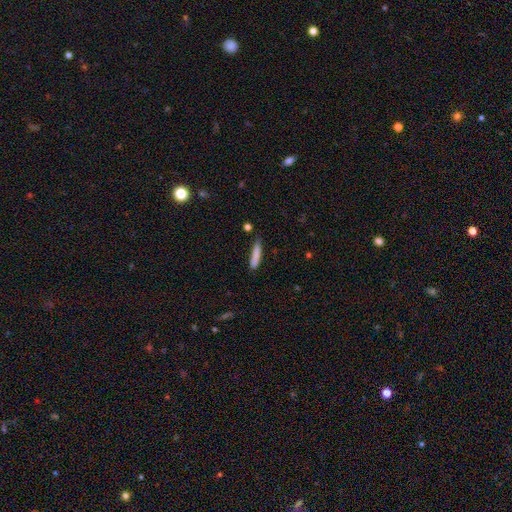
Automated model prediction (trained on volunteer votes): Smooth or featured: smooth — 82% (featured or disk — 11%)
How rounded: cigar-shaped — 91% (in between — 8%)
Merging: none — 79% (minor disturbance — 16%)